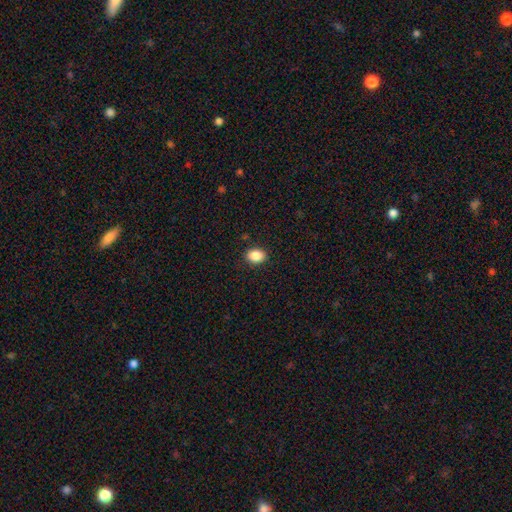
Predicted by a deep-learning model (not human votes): Overall: smooth (88%). How rounded: in between (70%). Merging: none (89%).